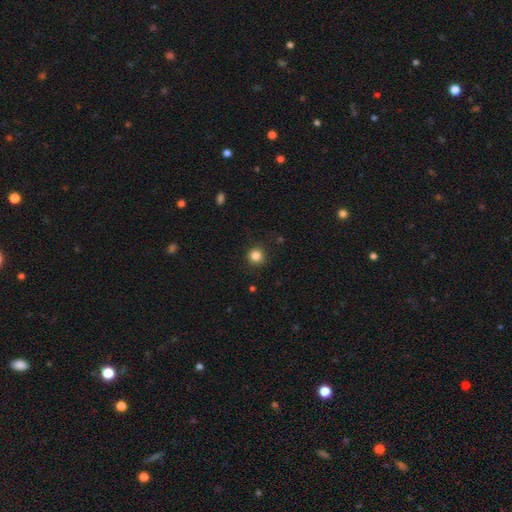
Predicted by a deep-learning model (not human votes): smooth-or-featured: smooth: 84% | star or artifact: 12% | featured or disk: 4%
  how-rounded: round: 94% | in between: 5% | cigar-shaped: 1%
  merging: none: 90% | minor disturbance: 7% | major disturbance: 2% | merger: 1%